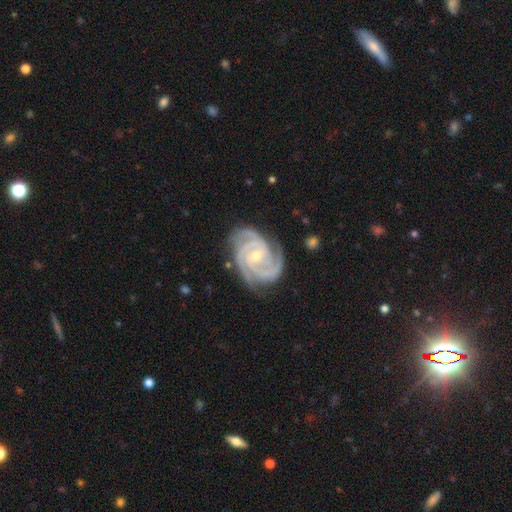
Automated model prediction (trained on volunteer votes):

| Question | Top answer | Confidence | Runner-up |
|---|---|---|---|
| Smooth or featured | featured or disk | 93% | star or artifact (4%) |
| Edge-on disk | no | 98% | yes (2%) |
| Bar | no | 55% | weak (32%) |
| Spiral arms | yes | 99% | no (1%) |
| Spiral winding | tight | 73% | medium (25%) |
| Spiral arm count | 3 | 56% | 2 (17%) |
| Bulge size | small | 60% | moderate (38%) |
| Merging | none | 76% | minor disturbance (18%) |